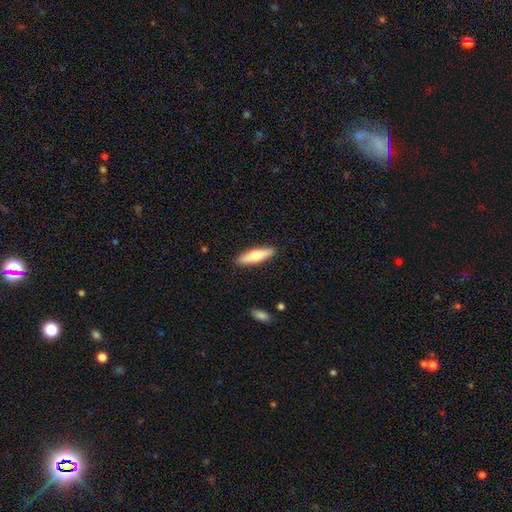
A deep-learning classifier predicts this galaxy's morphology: A smooth galaxy with no disk features (62%) that is cigar-shaped (67%). Merging: none (89%).